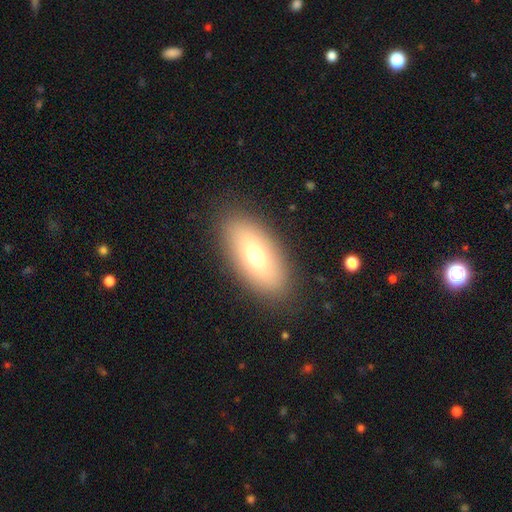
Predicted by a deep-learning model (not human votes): Morphology: type=smooth (69%); roundness=in between (87%); merging=none (86%).